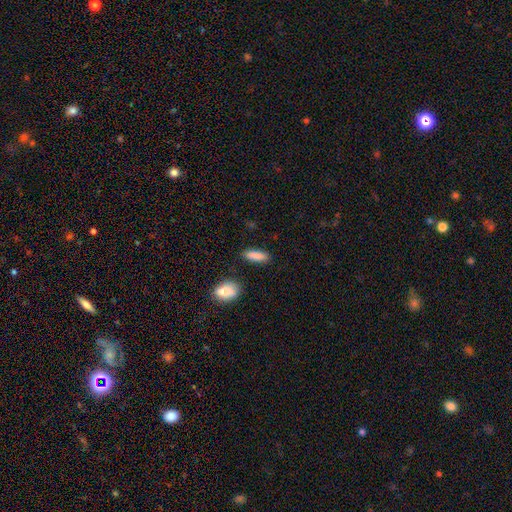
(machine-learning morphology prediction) Smooth or featured? Predicted: smooth (p=0.88). How rounded? Predicted: in between (p=0.53). Merging? Predicted: none (p=0.85).